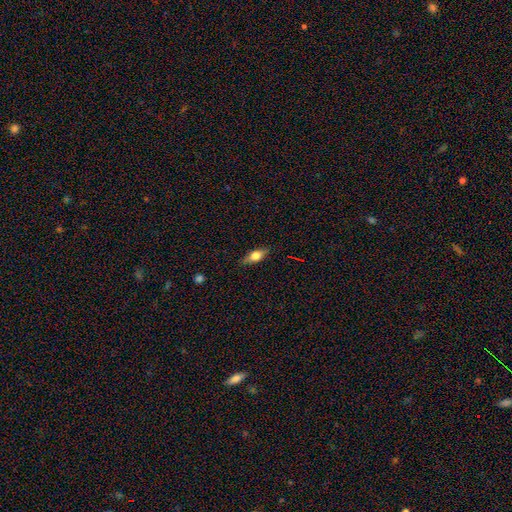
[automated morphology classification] Smooth or featured? smooth (66%)
How rounded? in between (74%)
Merging? none (83%)